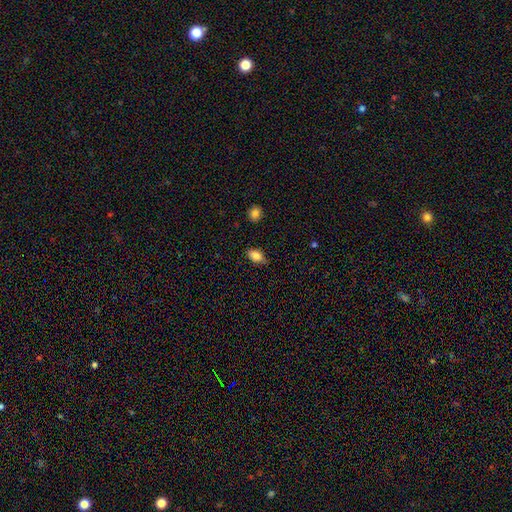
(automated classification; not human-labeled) Smooth or featured? smooth (85%)
How rounded? in between (86%)
Merging? none (75%)